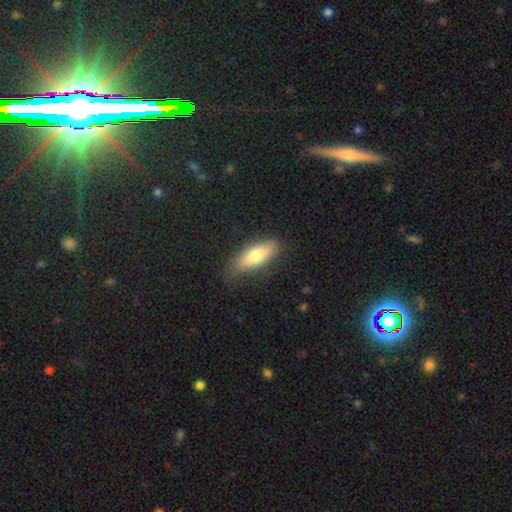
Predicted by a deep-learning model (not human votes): smooth 77%, featured or disk 17%, star or artifact 6%. Down the decision tree: how rounded — in between (71%); merging — none (74%).